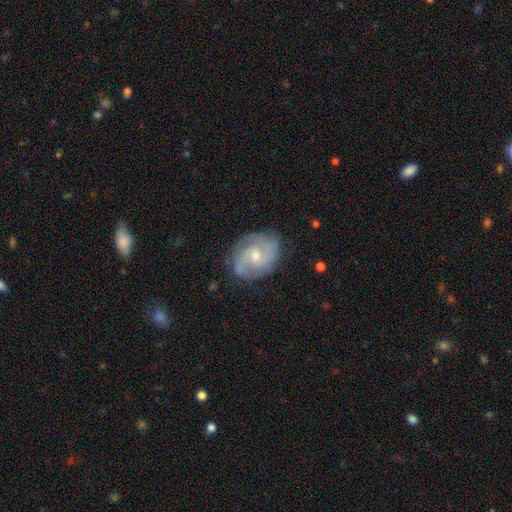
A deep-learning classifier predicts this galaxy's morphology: Smooth or featured?
  - featured or disk: 83% *
  - smooth: 12%
  - star or artifact: 6%
Edge-on disk?
  - no: 97% *
  - yes: 3%
Bar?
  - no: 53% *
  - weak: 41%
  - strong: 7%
Spiral arms?
  - yes: 95% *
  - no: 5%
Spiral winding?
  - medium: 47% *
  - tight: 37%
  - loose: 16%
Spiral arm count?
  - 2: 62% *
  - 3: 16%
  - can't tell: 13%
  - 1: 3%
  - 4: 3%
  - more than 4: 3%
Bulge size?
  - small: 51% *
  - moderate: 46%
  - none: 1%
  - large: 1%
  - dominant: 1%
Merging?
  - none: 78% *
  - minor disturbance: 16%
  - major disturbance: 4%
  - merger: 1%